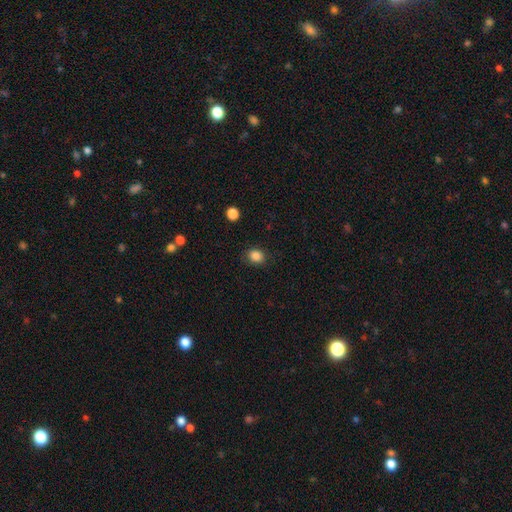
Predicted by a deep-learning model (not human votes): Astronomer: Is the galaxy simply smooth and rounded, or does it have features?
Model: smooth — 86%.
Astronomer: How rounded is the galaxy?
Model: round — 58% (runner-up: in between, 41%).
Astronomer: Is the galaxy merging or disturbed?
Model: none — 85%.